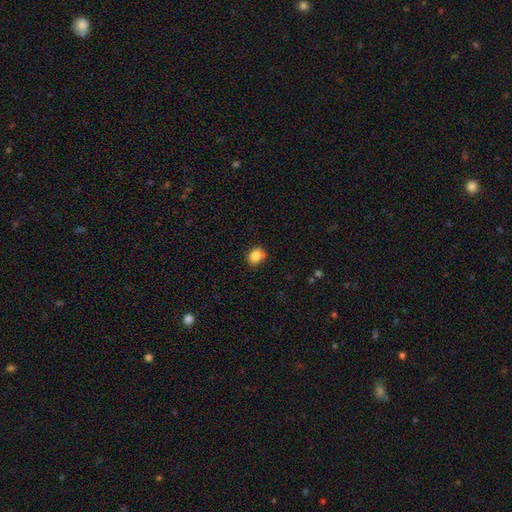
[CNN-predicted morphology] This appears to be a smooth galaxy with no disk features (85%) that is in between round and cigar-shaped (61%). Merging: none (75%).